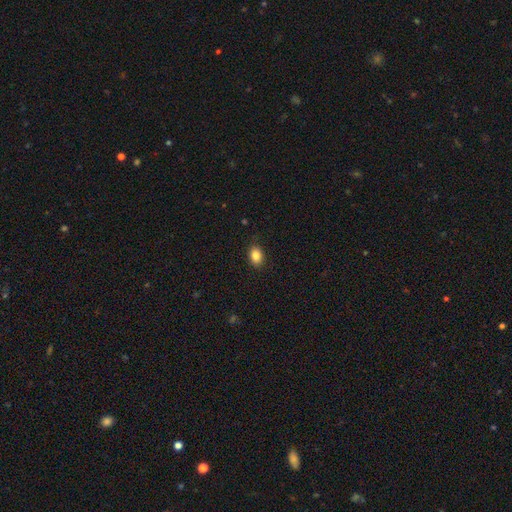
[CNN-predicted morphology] A smooth galaxy with no disk features (86%) that is in between round and cigar-shaped (75%). Merging: none (88%).